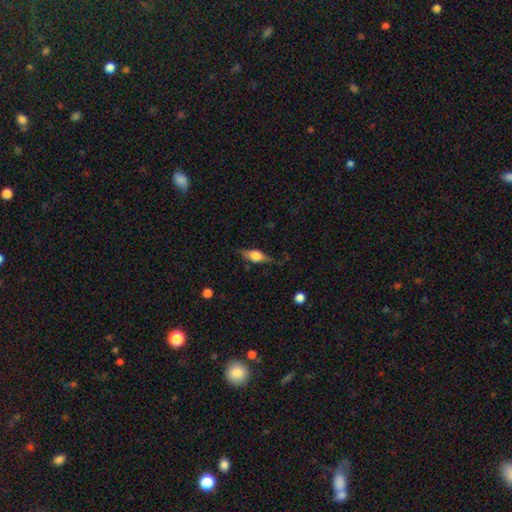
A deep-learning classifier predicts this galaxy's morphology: type=featured or disk (49%); merging=none (70%).